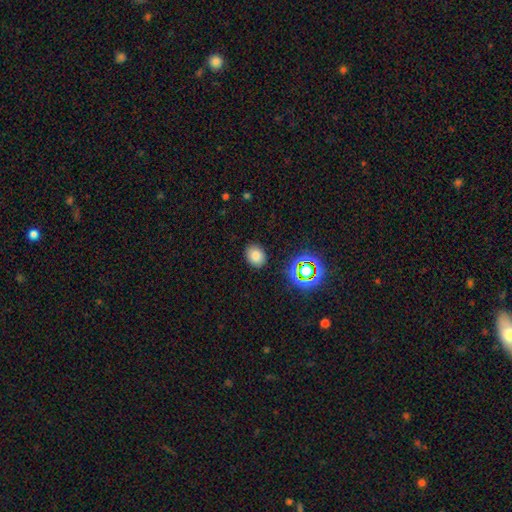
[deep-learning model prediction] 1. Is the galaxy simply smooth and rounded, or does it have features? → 77% smooth, 16% star or artifact, 7% featured or disk.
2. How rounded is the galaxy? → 53% in between, 46% round, 1% cigar-shaped.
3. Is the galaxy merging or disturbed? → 86% none, 9% minor disturbance, 3% major disturbance, 2% merger.